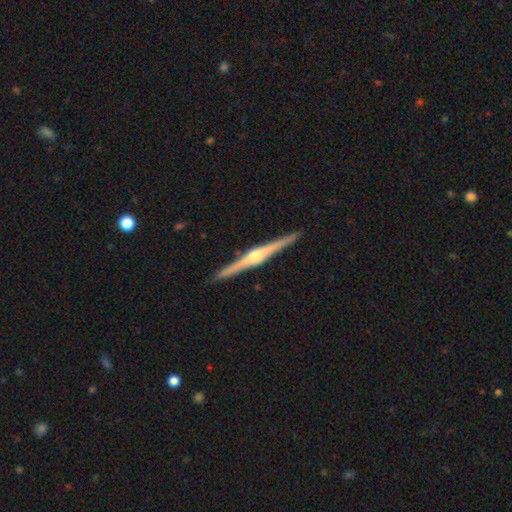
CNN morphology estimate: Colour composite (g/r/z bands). It shows a featured or disk galaxy (87%) viewed edge-on (99%) with a rounded central bulge (84%). Merging: none (93%).